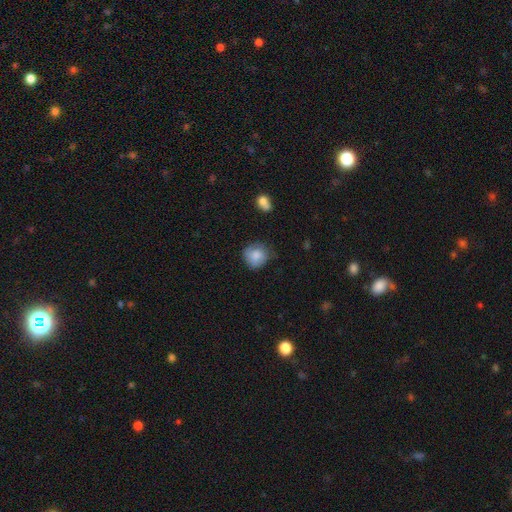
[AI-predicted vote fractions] Morphology: type=smooth (79%); roundness=round (83%); merging=none (65%).